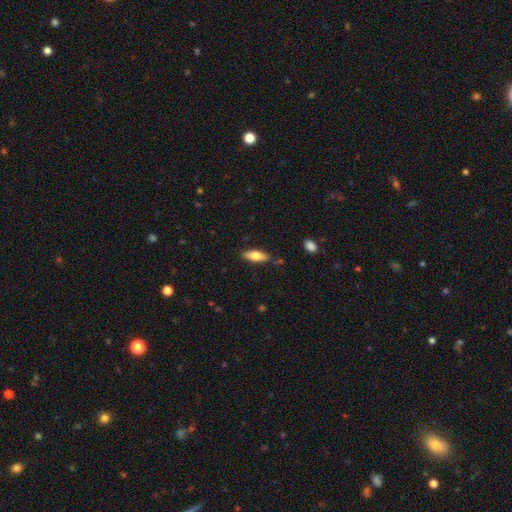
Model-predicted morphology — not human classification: The model was most divided on "how rounded": in between: 62%, cigar-shaped: 35%, round: 2%. More confident: merging — none (83%); smooth or featured — smooth (67%).